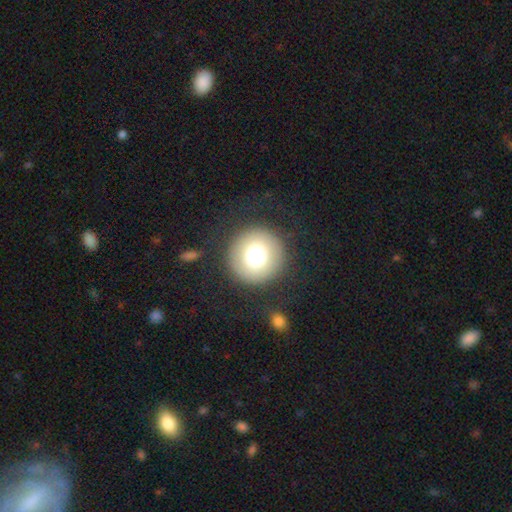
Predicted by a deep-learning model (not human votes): Smooth or featured? smooth (75%)
How rounded? round (96%)
Merging? none (87%)